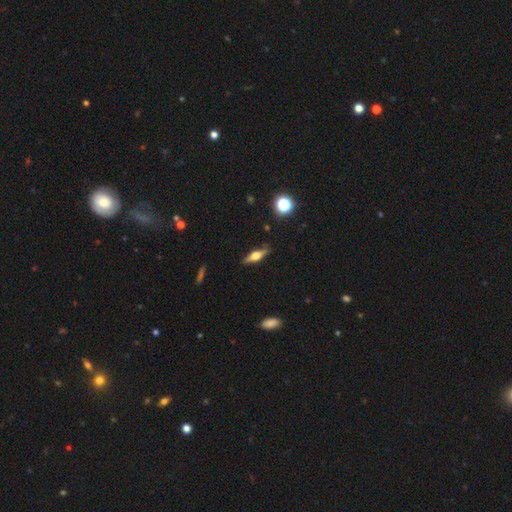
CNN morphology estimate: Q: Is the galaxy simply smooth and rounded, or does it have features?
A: featured or disk — 67%.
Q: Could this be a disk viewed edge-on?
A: yes — 96%.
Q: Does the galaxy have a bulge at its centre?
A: rounded — 90%.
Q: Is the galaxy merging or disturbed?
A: none — 87%.